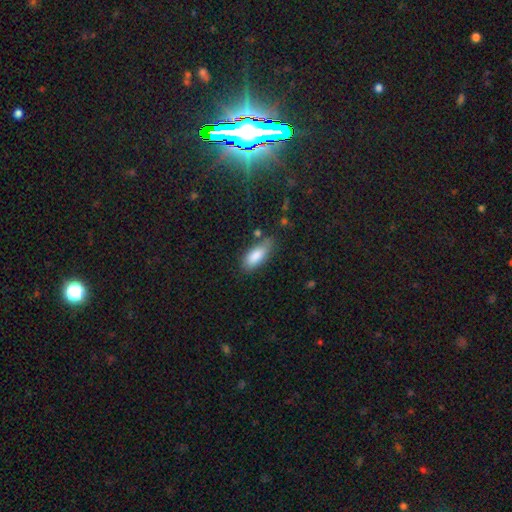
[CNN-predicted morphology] smooth_or_featured: smooth (p=0.85) [alt: featured or disk p=0.08]
how_rounded: in between (p=0.82) [alt: cigar-shaped p=0.16]
merging: none (p=0.71) [alt: minor disturbance p=0.20]